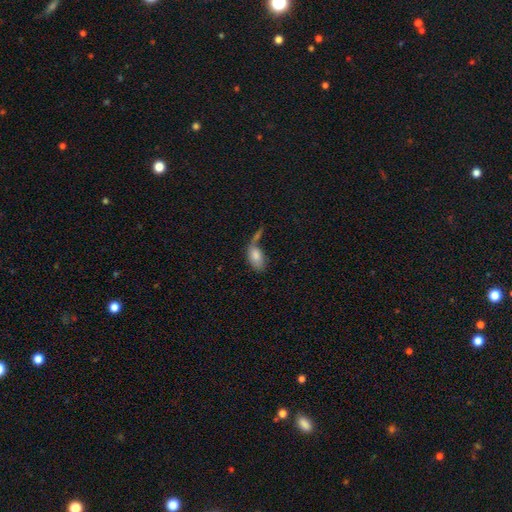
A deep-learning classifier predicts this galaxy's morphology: smooth-or-featured: smooth: 80% | featured or disk: 13% | star or artifact: 7%
  how-rounded: in between: 92% | cigar-shaped: 4% | round: 4%
  merging: merger: 37% | none: 35% | minor disturbance: 16% | major disturbance: 11%